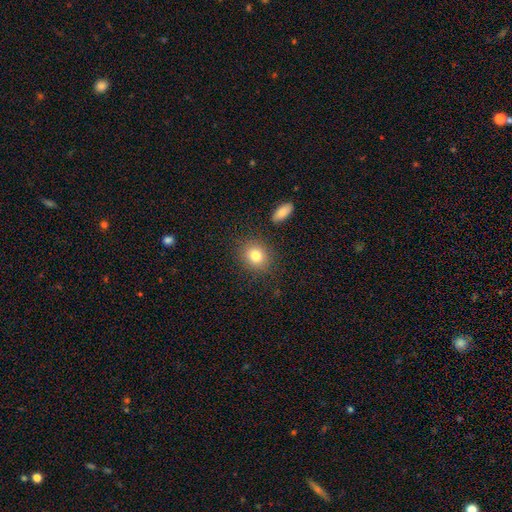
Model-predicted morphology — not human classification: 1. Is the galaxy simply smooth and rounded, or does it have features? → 82% smooth, 10% star or artifact, 8% featured or disk.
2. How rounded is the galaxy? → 71% round, 28% in between, 1% cigar-shaped.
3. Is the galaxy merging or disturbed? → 85% none, 9% minor disturbance, 3% merger, 3% major disturbance.